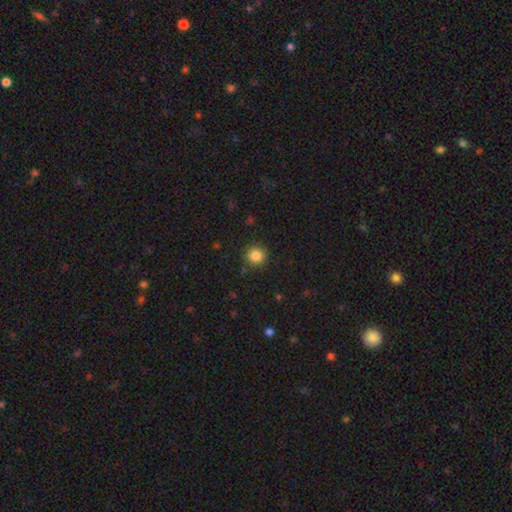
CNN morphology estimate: Q: Smooth or featured?
A: smooth (85%); runner-up: star or artifact (11%)
Q: How rounded?
A: round (93%); runner-up: in between (6%)
Q: Merging?
A: none (90%); runner-up: minor disturbance (7%)